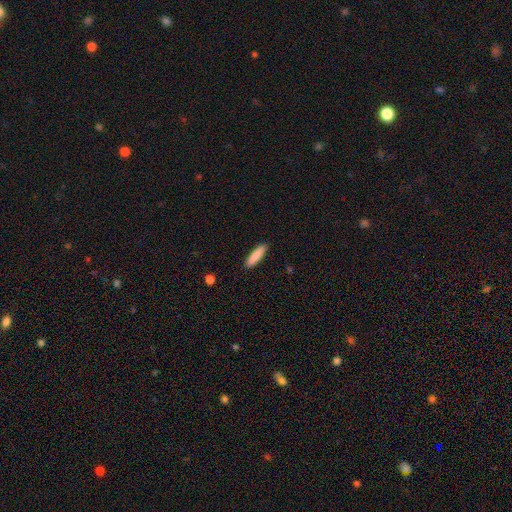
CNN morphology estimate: The model was most divided on "how rounded": cigar-shaped: 76%, in between: 22%, round: 1%. More confident: merging — none (89%); smooth or featured — smooth (87%).